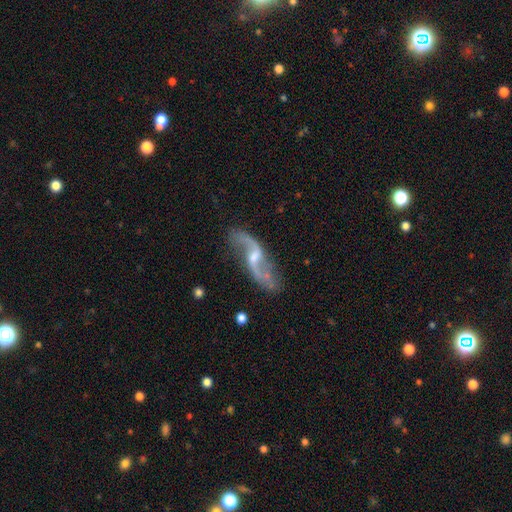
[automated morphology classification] This appears to be a featured or disk galaxy (90%) with a weak bar (51%), 2 (93%) loose (82%) spiral arms (96%) and a small central bulge (50%). Merging: none (77%).